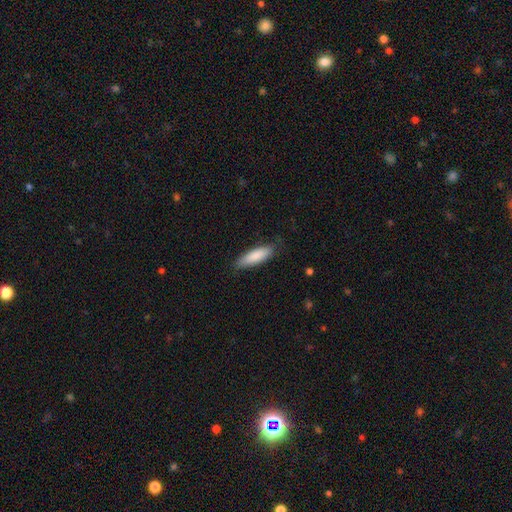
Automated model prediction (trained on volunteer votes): This appears to be a smooth galaxy with no disk features (86%) that is cigar-shaped (53%). Merging: none (80%).